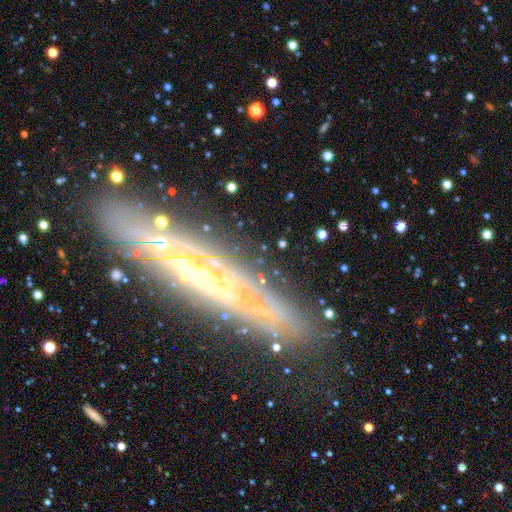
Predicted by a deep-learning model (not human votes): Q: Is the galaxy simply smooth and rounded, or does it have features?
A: featured or disk — 69%.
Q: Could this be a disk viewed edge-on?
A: yes — 75%.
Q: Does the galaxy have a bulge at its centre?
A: none — 54%.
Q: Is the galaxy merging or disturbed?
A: none — 79%.